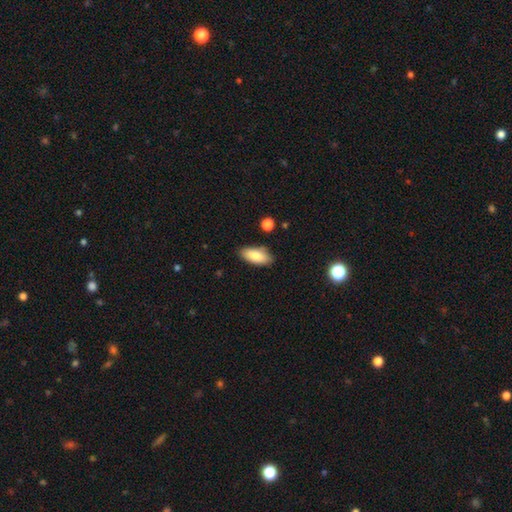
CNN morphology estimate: Smooth or featured? Predicted: smooth (p=0.81). How rounded? Predicted: in between (p=0.86). Merging? Predicted: none (p=0.82).